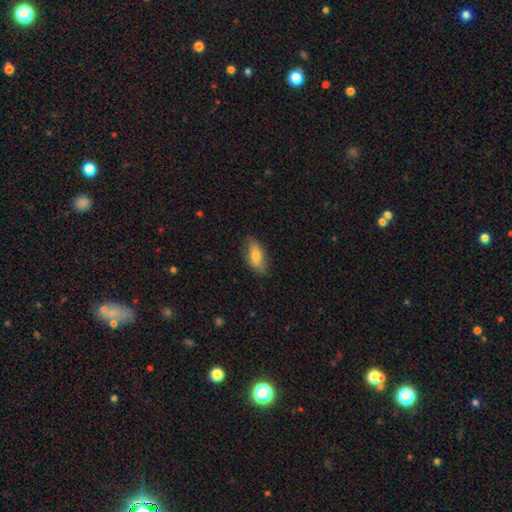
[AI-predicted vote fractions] Smooth or featured: smooth — 70% (featured or disk — 24%)
How rounded: in between — 85% (cigar-shaped — 11%)
Merging: none — 79% (minor disturbance — 17%)